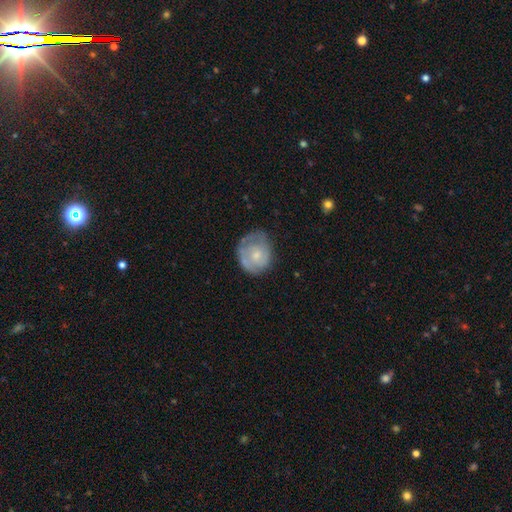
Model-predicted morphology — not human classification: This is possibly a smooth galaxy (48%). Merging: possibly none (56%).